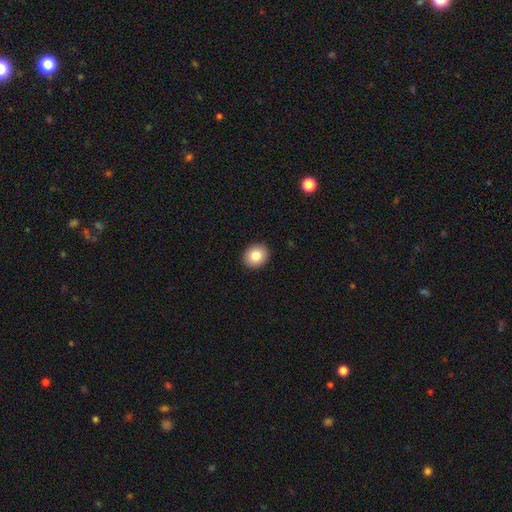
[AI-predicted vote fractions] Smooth or featured?
  - smooth: 84% *
  - star or artifact: 9%
  - featured or disk: 8%
How rounded?
  - round: 64% *
  - in between: 35%
  - cigar-shaped: 1%
Merging?
  - none: 92% *
  - minor disturbance: 6%
  - major disturbance: 2%
  - merger: 1%